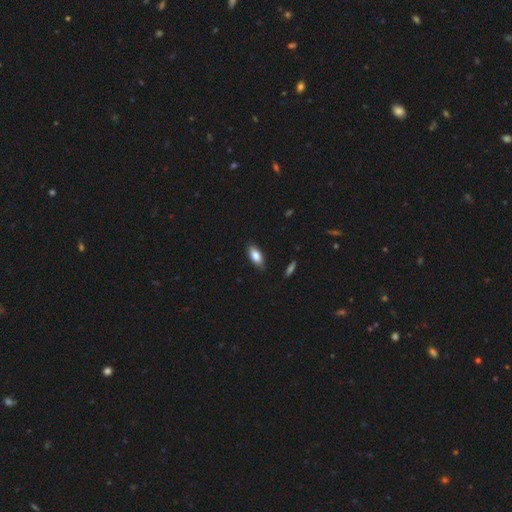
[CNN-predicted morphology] This appears to be a smooth galaxy with no disk features (79%) that is in between round and cigar-shaped (84%). Merging: none (85%).